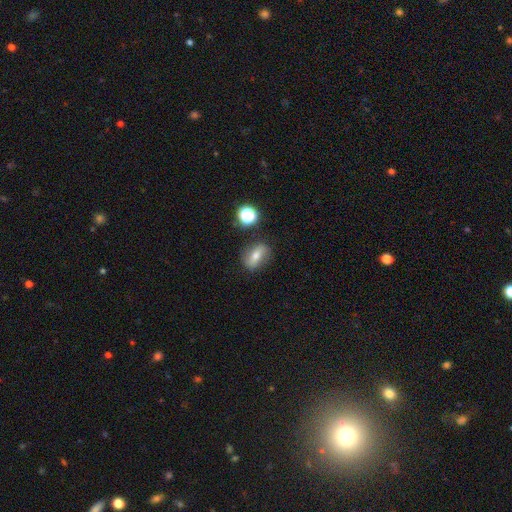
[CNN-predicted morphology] smooth_or_featured: smooth (p=0.51) [alt: featured or disk p=0.36]
how_rounded: in between (p=0.66) [alt: round p=0.24]
merging: none (p=0.79) [alt: minor disturbance p=0.14]